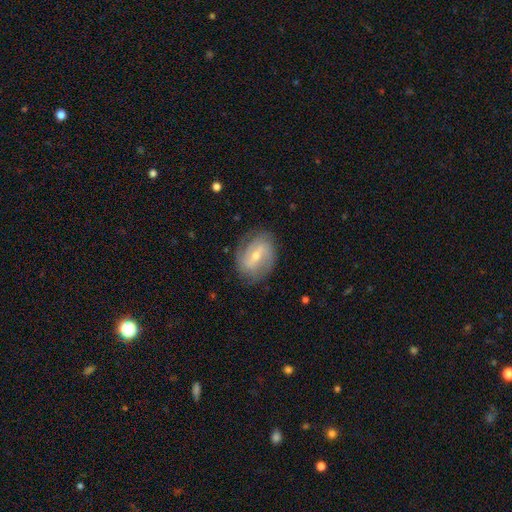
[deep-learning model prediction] smooth_or_featured: featured or disk (p=0.74) [alt: smooth p=0.19]
disk_edge_on: no (p=0.95) [alt: yes p=0.05]
bar: weak (p=0.46) [alt: strong p=0.33]
has_spiral_arms: yes (p=0.86) [alt: no p=0.14]
spiral_winding: medium (p=0.40) [alt: tight p=0.38]
spiral_arm_count: 2 (p=0.69) [alt: can't tell p=0.19]
bulge_size: small (p=0.51) [alt: moderate p=0.45]
merging: none (p=0.79) [alt: minor disturbance p=0.15]